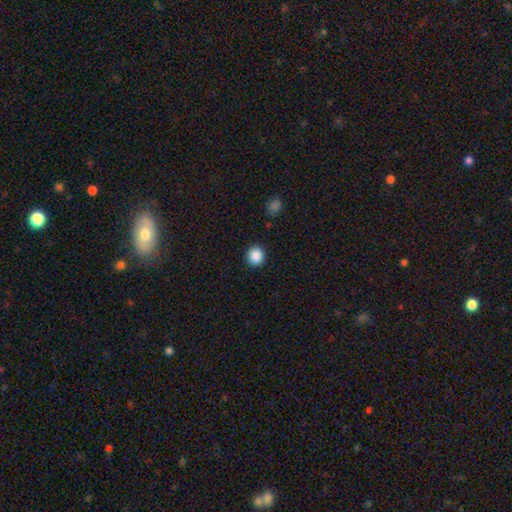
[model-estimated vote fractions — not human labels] Q: Smooth or featured?
A: smooth (88%); runner-up: star or artifact (9%)
Q: How rounded?
A: round (90%); runner-up: in between (9%)
Q: Merging?
A: none (91%); runner-up: minor disturbance (5%)